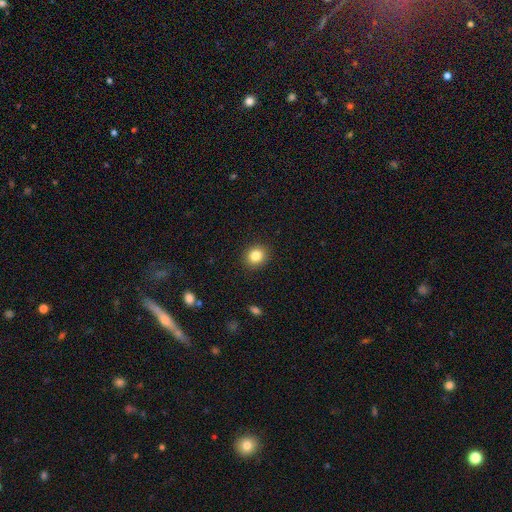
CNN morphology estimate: Q: Smooth or featured?
A: smooth (84%); runner-up: star or artifact (10%)
Q: How rounded?
A: round (72%); runner-up: in between (27%)
Q: Merging?
A: none (91%); runner-up: minor disturbance (6%)